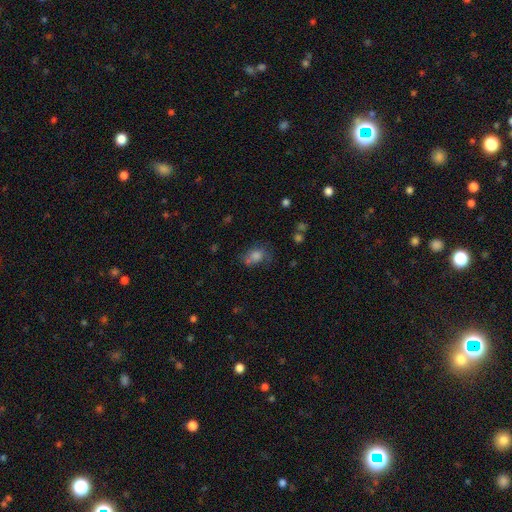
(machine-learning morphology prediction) Smooth or featured?
  - smooth: 69% *
  - star or artifact: 16%
  - featured or disk: 15%
How rounded?
  - in between: 65% *
  - round: 33%
  - cigar-shaped: 2%
Merging?
  - none: 47% *
  - minor disturbance: 24%
  - merger: 16%
  - major disturbance: 13%